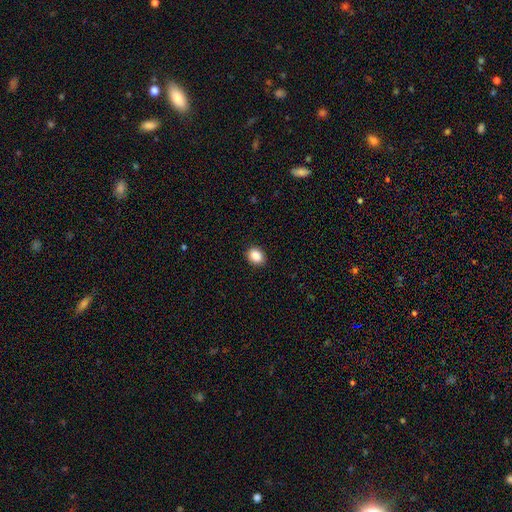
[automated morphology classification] Overall: smooth (89%). How rounded: in between (56%; round 43%). Merging: none (89%).